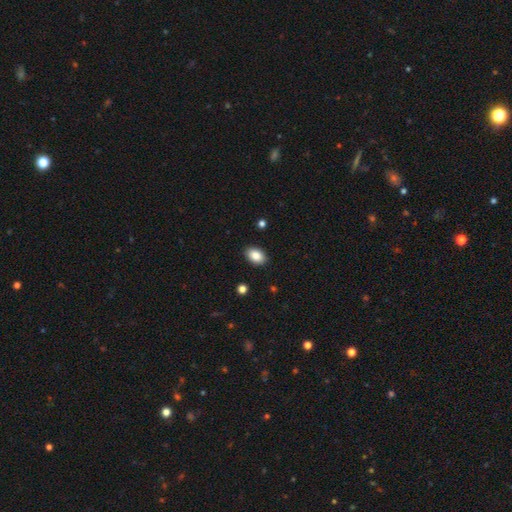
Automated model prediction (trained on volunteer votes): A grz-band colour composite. It shows a smooth galaxy with no disk features (86%) that is in between round and cigar-shaped (87%). Merging: none (89%).